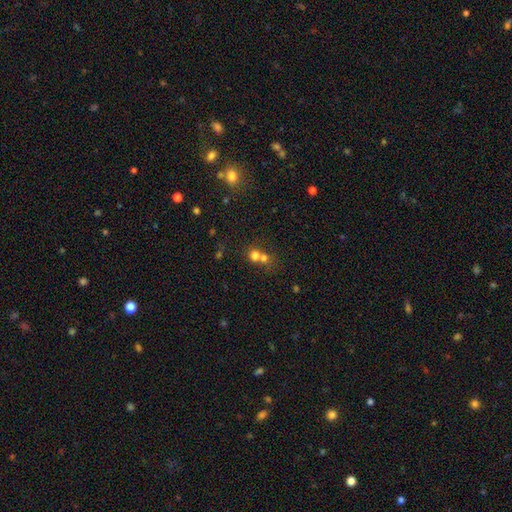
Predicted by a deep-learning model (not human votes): smooth 71%, star or artifact 16%, featured or disk 13%. Down the decision tree: how rounded — round (77%); merging — merger (57%).